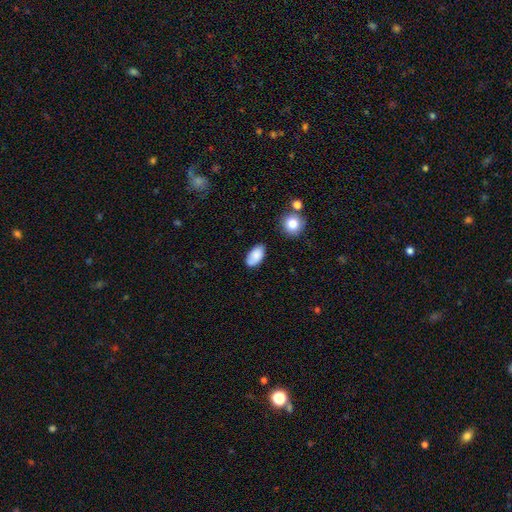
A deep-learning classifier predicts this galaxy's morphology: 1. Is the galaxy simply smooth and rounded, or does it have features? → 80% smooth, 12% featured or disk, 8% star or artifact.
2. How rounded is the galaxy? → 93% in between, 5% round, 2% cigar-shaped.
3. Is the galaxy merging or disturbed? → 72% none, 20% minor disturbance, 4% major disturbance, 4% merger.